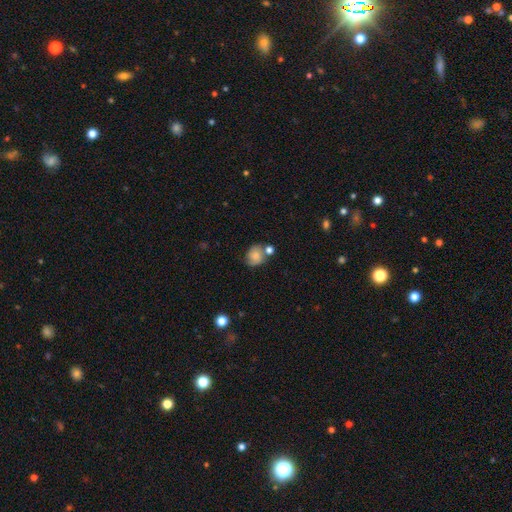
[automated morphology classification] Smooth or featured? Predicted: smooth (p=0.68). How rounded? Predicted: round (p=0.69). Merging? Predicted: none (p=0.51).